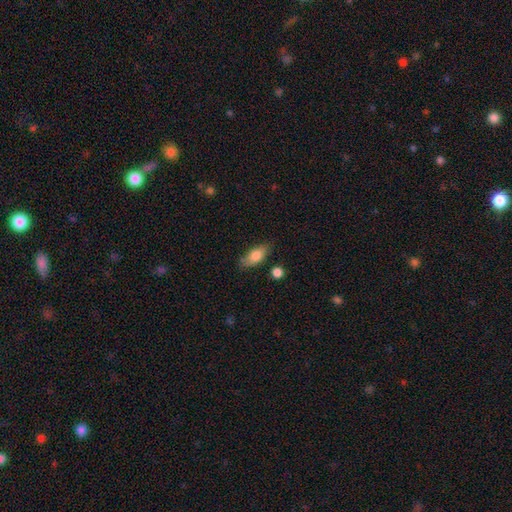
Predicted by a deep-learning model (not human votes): Morphology: type=smooth (76%); roundness=in between (81%); merging=none (72%).